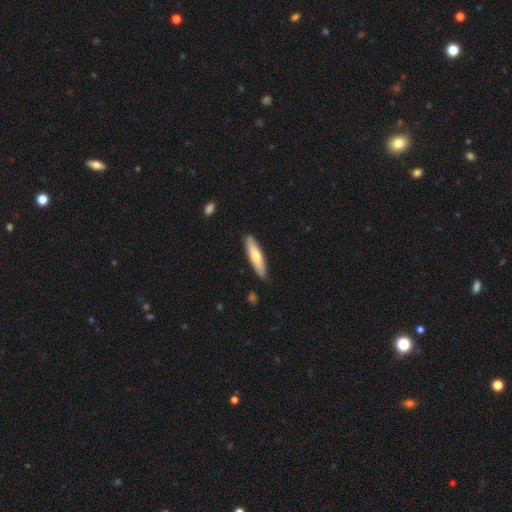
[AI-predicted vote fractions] This appears to be a smooth galaxy with no disk features (66%) that is cigar-shaped (74%). Merging: none (86%).